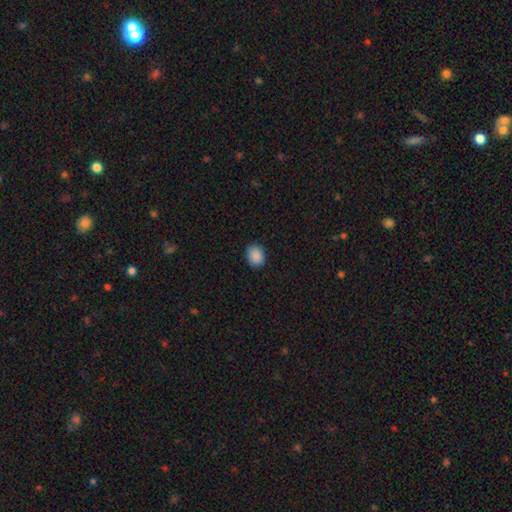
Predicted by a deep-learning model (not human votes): This appears to be a smooth galaxy with no disk features (89%) that is in between round and cigar-shaped (56%). Merging: none (89%).